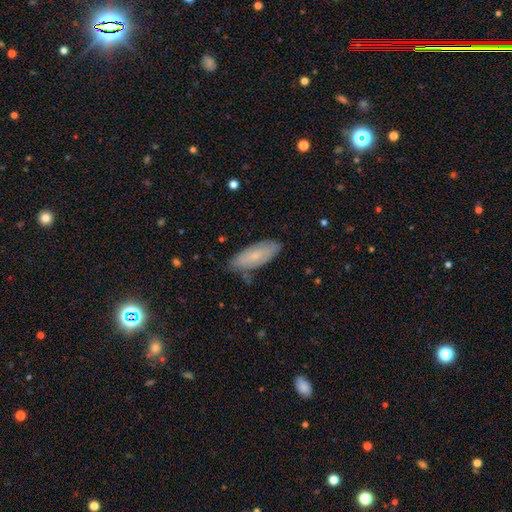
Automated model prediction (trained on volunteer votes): This is likely a smooth galaxy (69%). How rounded: likely in between (75%). Merging: likely none (76%).